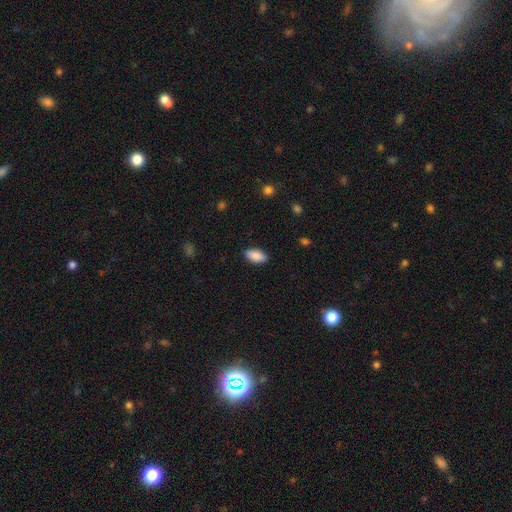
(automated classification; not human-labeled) Smooth or featured? Predicted: smooth (p=0.89). How rounded? Predicted: in between (p=0.93). Merging? Predicted: none (p=0.88).